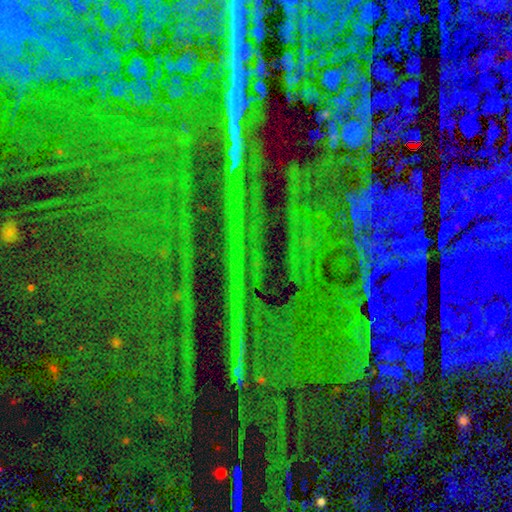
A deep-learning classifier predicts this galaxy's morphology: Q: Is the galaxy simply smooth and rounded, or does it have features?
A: star or artifact — 86%.